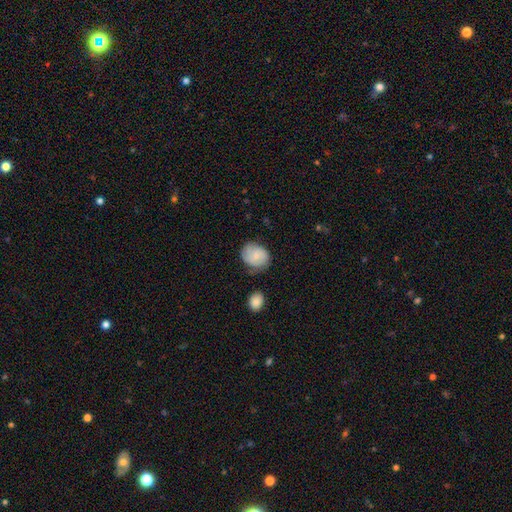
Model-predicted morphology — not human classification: A smooth galaxy with no disk features (56%) that is round (56%).

Vote fractions:
- Smooth or featured? smooth: 56% / featured or disk: 36% / star or artifact: 8%
- How rounded? round: 56% / in between: 43% / cigar-shaped: 1%
- Merging? none: 64% / minor disturbance: 24% / major disturbance: 8% / merger: 4%